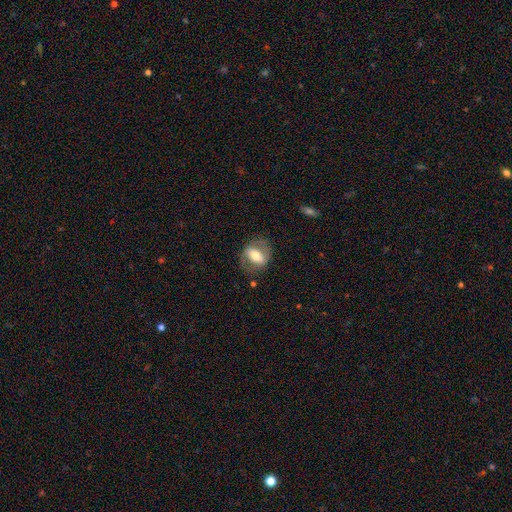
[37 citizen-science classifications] This appears to be a featured or disk galaxy (62%) with a strong bar (58%), no spiral arms (53%) and a moderate central bulge (53%). Merging: none (74%).